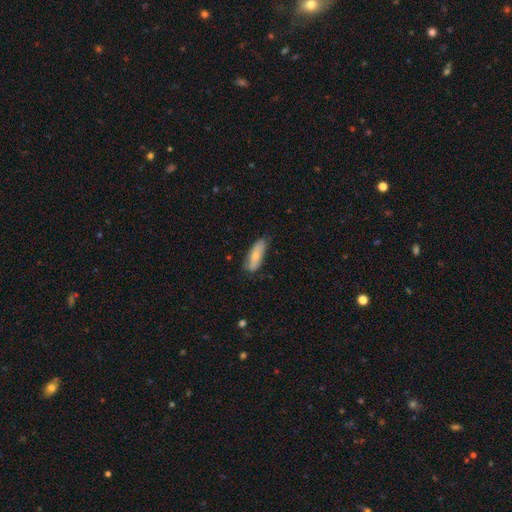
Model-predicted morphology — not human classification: This is likely a smooth galaxy (68%). How rounded: possibly in between (58%). Merging: likely none (73%).